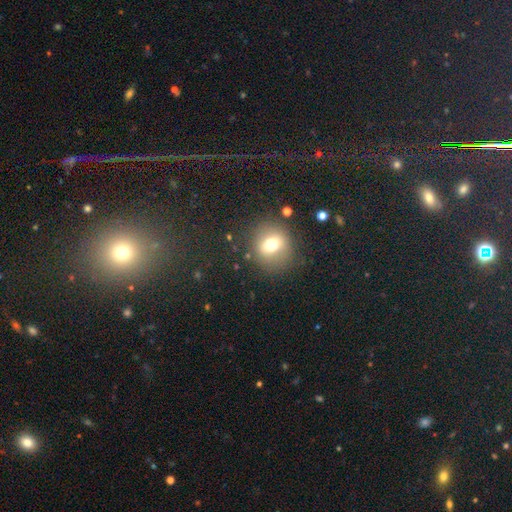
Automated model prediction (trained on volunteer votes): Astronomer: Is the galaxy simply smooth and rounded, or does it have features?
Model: smooth — 61%.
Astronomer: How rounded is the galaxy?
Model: round — 76%.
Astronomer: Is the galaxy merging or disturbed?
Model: none — 84%.